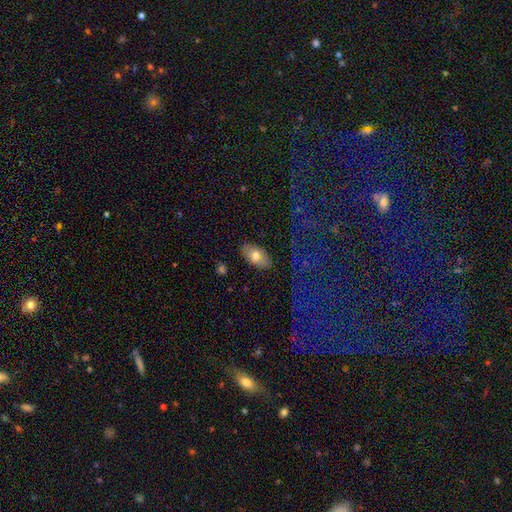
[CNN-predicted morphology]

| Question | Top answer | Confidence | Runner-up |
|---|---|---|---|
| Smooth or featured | smooth | 70% | featured or disk (23%) |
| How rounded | in between | 92% | round (5%) |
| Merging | none | 84% | minor disturbance (12%) |